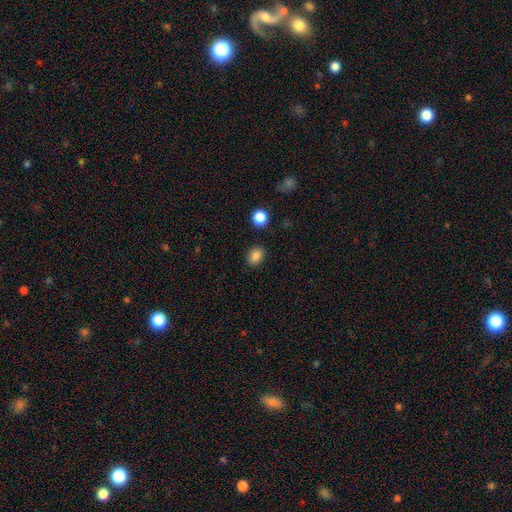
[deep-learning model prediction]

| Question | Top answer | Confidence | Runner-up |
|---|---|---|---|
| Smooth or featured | smooth | 85% | star or artifact (10%) |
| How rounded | in between | 58% | round (41%) |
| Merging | none | 87% | minor disturbance (8%) |